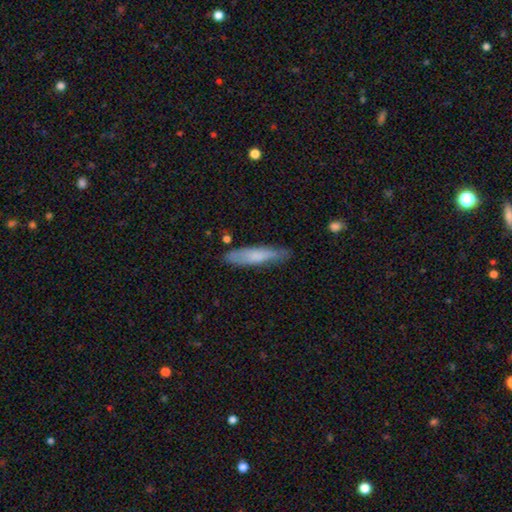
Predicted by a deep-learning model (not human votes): Morphology: type=smooth (70%); roundness=cigar-shaped (80%); merging=none (77%).